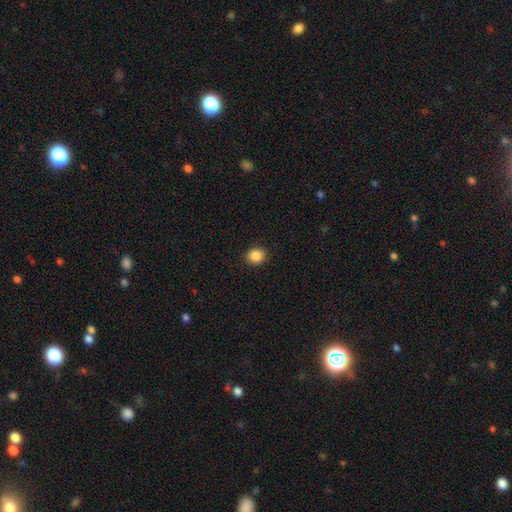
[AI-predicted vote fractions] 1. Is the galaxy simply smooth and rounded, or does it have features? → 87% smooth, 10% star or artifact, 4% featured or disk.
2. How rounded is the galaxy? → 79% round, 20% in between, 1% cigar-shaped.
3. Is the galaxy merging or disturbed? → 91% none, 6% minor disturbance, 2% major disturbance, 1% merger.